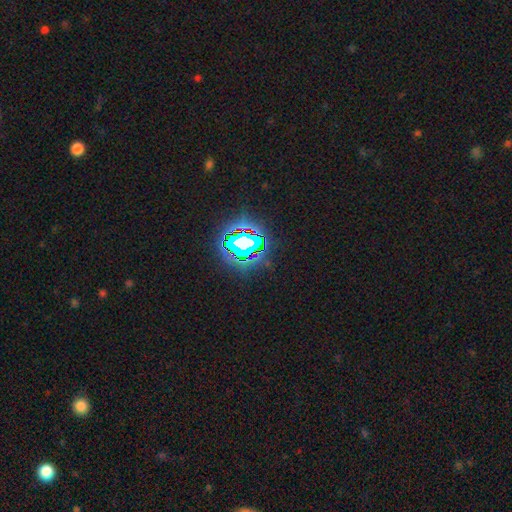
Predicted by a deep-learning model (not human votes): smooth_or_featured: star or artifact (p=0.84) [alt: smooth p=0.10]